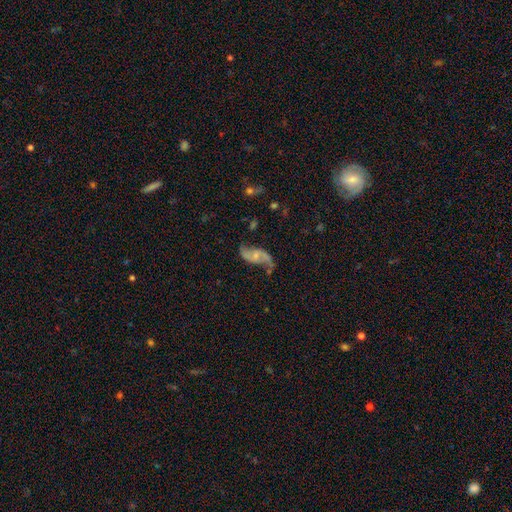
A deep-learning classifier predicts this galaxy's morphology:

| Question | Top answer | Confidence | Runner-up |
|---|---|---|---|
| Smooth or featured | featured or disk | 82% | smooth (11%) |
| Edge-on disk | no | 96% | yes (4%) |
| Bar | no | 55% | weak (35%) |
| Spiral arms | yes | 94% | no (6%) |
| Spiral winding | loose | 77% | medium (18%) |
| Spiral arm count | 2 | 92% | can't tell (3%) |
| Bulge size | small | 58% | moderate (26%) |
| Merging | none | 62% | minor disturbance (21%) |